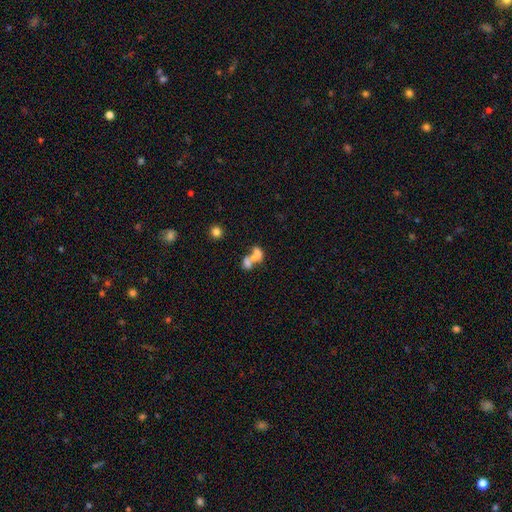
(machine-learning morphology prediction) smooth-or-featured: smooth: 58% | featured or disk: 28% | star or artifact: 14%
  how-rounded: in between: 69% | round: 27% | cigar-shaped: 4%
  merging: merger: 68% | none: 18% | major disturbance: 8% | minor disturbance: 6%